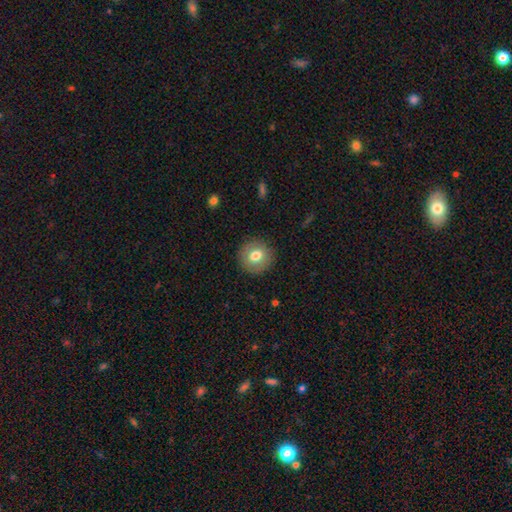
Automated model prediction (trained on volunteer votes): Morphology: type=smooth (76%); roundness=round (91%); merging=none (90%).